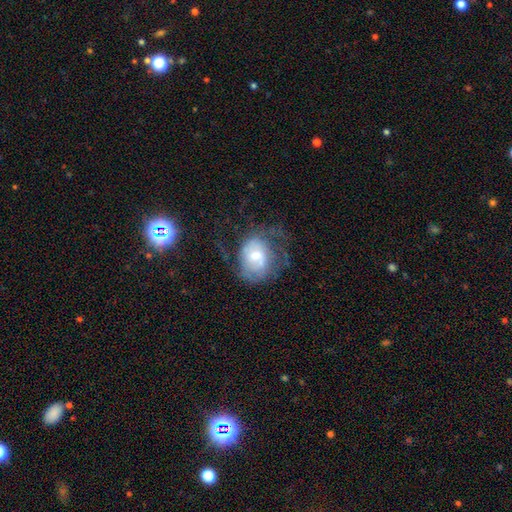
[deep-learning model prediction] featured or disk 50%, smooth 42%, star or artifact 9%. Down the decision tree: merging — none (39%).